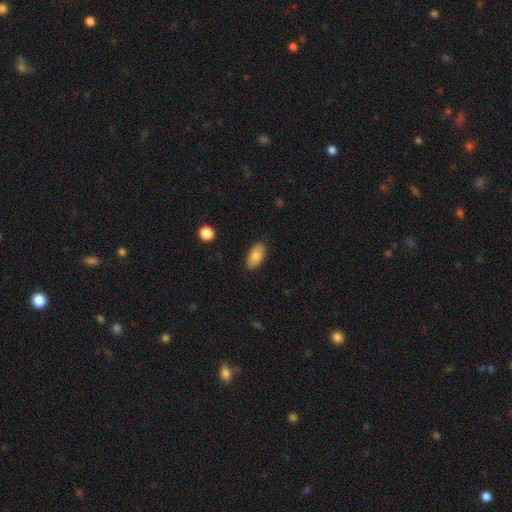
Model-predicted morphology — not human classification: Smooth or featured? Predicted: smooth (p=0.81). How rounded? Predicted: in between (p=0.91). Merging? Predicted: none (p=0.88).